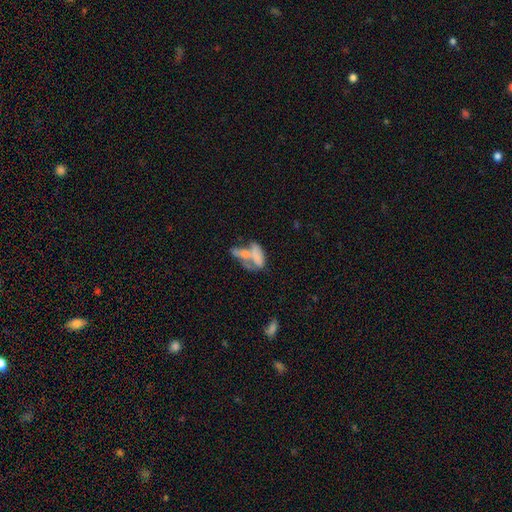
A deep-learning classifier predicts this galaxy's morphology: This is possibly a smooth galaxy (55%). How rounded: clearly in between (82%). Merging: likely merger (60%).